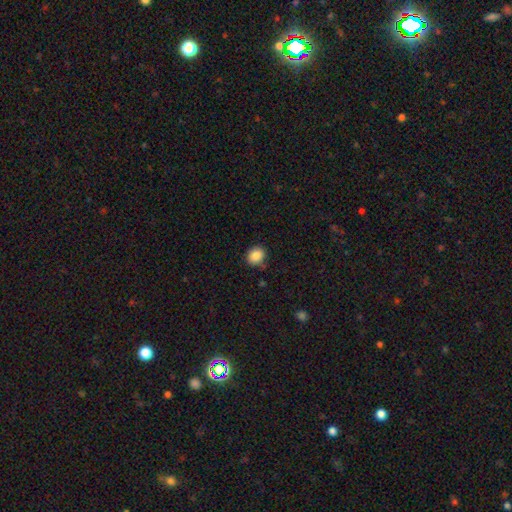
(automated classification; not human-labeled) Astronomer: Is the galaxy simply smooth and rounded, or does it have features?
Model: smooth — 86%.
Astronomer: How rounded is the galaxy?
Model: round — 62% (runner-up: in between, 37%).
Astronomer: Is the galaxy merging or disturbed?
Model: none — 83%.